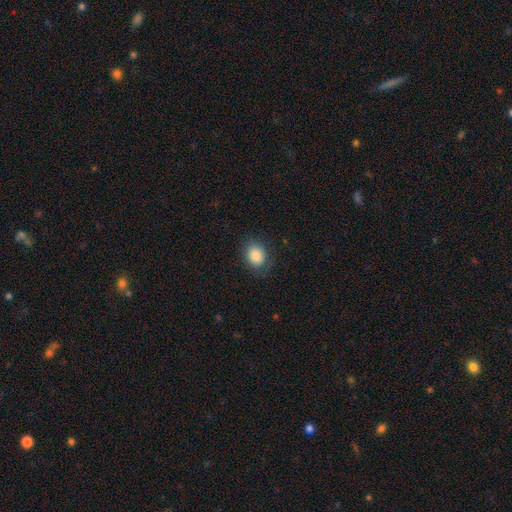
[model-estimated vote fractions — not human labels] The model was most divided on "how rounded": round: 54%, in between: 45%, cigar-shaped: 1%. More confident: smooth or featured — smooth (84%); merging — none (83%).